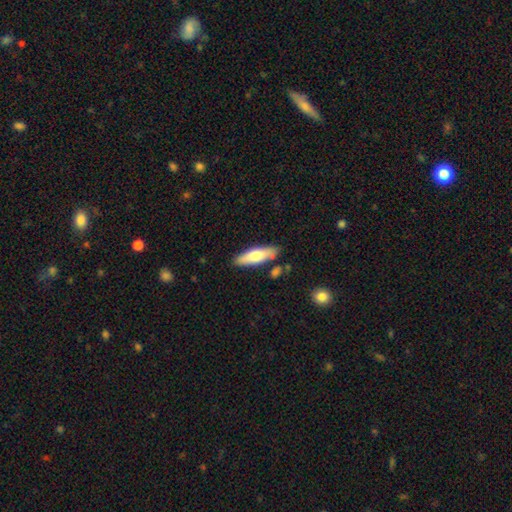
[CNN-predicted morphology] type=smooth (69%); roundness=cigar-shaped (57%); merging=none (80%).